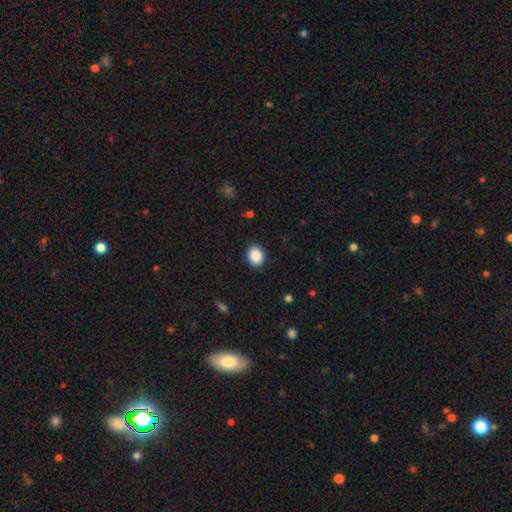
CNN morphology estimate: The model was most divided on "how rounded": round: 57%, in between: 42%, cigar-shaped: 1%. More confident: merging — none (90%); smooth or featured — smooth (89%).